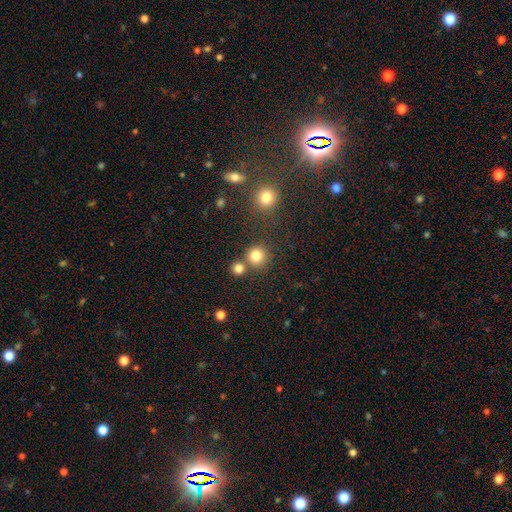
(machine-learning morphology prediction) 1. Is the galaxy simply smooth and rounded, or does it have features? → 81% smooth, 14% star or artifact, 5% featured or disk.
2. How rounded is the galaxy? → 92% round, 7% in between, 1% cigar-shaped.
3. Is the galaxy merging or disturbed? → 75% none, 15% merger, 7% minor disturbance, 3% major disturbance.